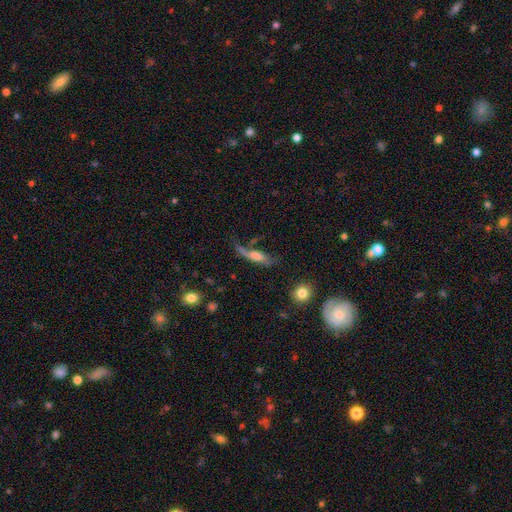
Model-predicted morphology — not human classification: Smooth or featured? Predicted: featured or disk (p=0.48). Merging? Predicted: none (p=0.35).